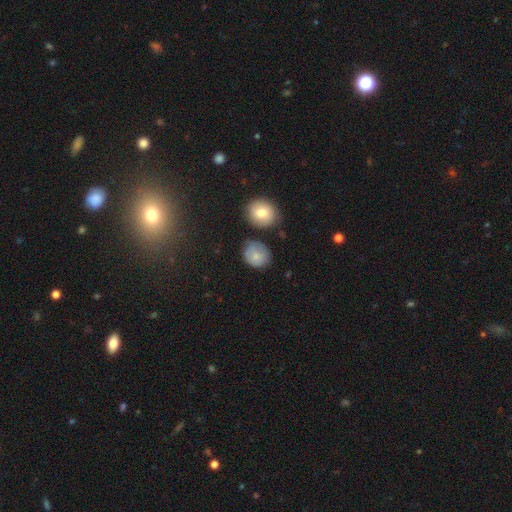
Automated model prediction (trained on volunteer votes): Q: Smooth or featured?
A: smooth (78%); runner-up: featured or disk (13%)
Q: How rounded?
A: round (73%); runner-up: in between (26%)
Q: Merging?
A: none (66%); runner-up: minor disturbance (23%)